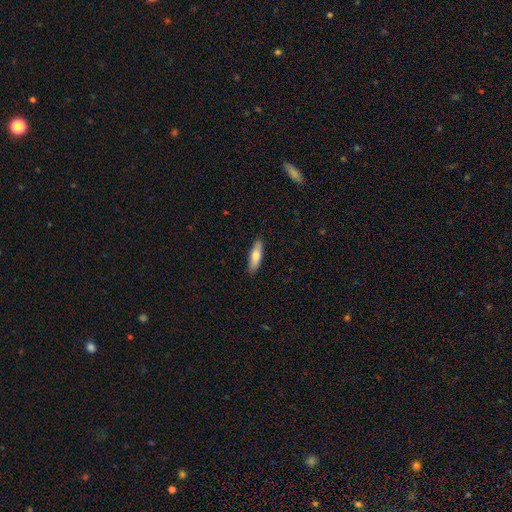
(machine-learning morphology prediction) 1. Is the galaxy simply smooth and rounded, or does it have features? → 72% smooth, 22% featured or disk, 6% star or artifact.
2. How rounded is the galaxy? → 50% cigar-shaped, 48% in between, 2% round.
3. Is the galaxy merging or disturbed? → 90% none, 8% minor disturbance, 2% major disturbance, 1% merger.